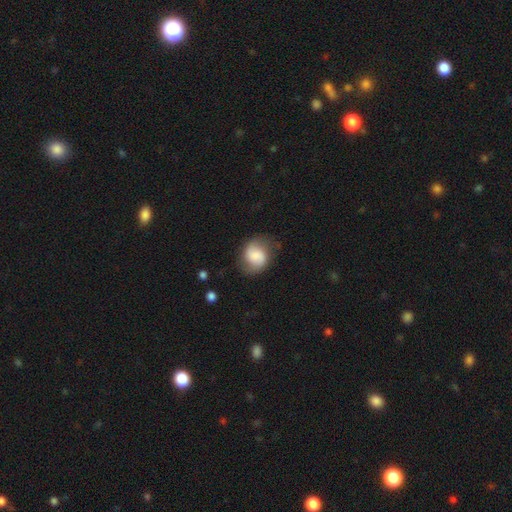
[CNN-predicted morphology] This appears to be a smooth galaxy with no disk features (55%) that is round (62%). Merging: none (65%).